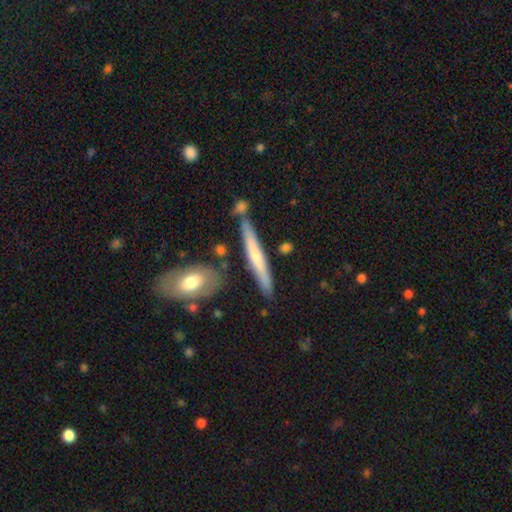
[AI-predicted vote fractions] Smooth or featured? smooth (50%)
How rounded? cigar-shaped (93%)
Merging? none (78%)